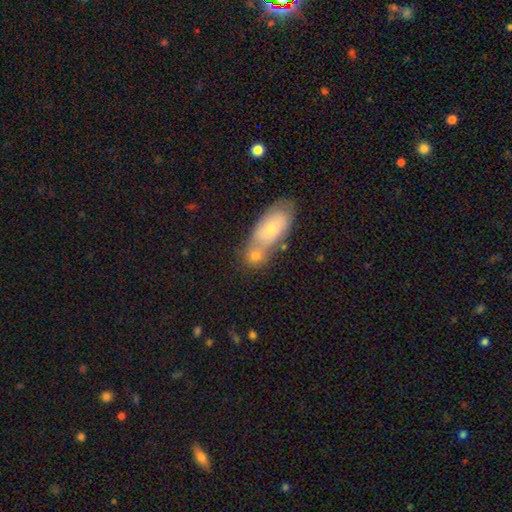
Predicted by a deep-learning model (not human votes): Smooth or featured: smooth — 72% (featured or disk — 18%)
How rounded: in between — 48% (round — 46%)
Merging: merger — 47% (none — 38%)